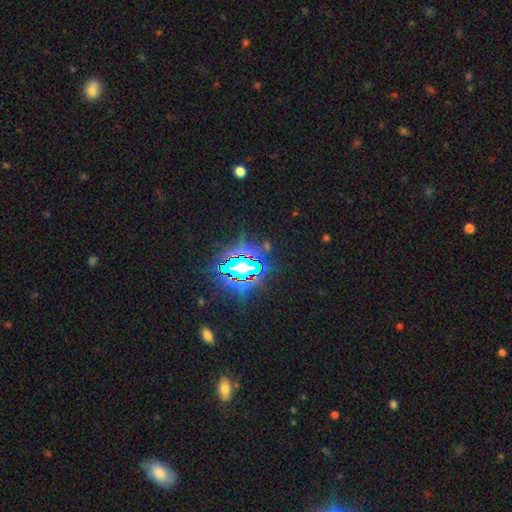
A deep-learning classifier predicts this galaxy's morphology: Smooth or featured?
  - star or artifact: 83% *
  - smooth: 10%
  - featured or disk: 7%